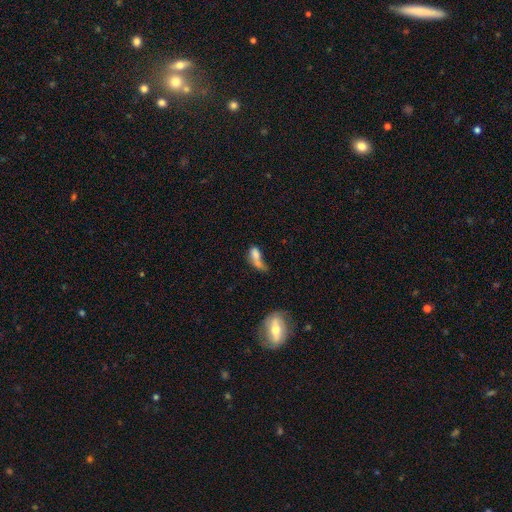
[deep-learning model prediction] Overall: smooth (64%; featured or disk 25%). How rounded: in between (72%). Merging: merger (36%; major disturbance 29%).